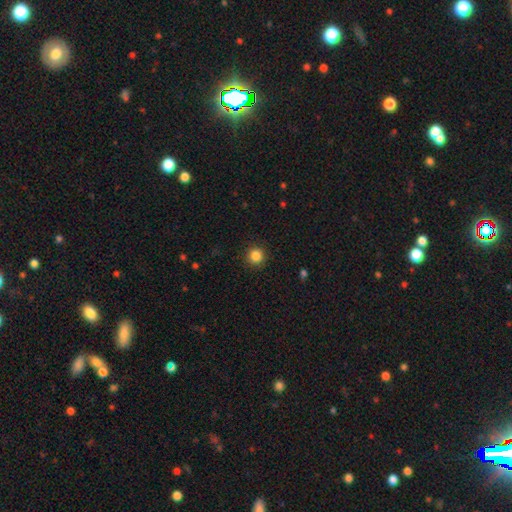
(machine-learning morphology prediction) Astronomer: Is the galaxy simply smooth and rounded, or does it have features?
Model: smooth — 85%.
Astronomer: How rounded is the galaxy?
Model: round — 93%.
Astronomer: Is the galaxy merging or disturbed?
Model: none — 90%.